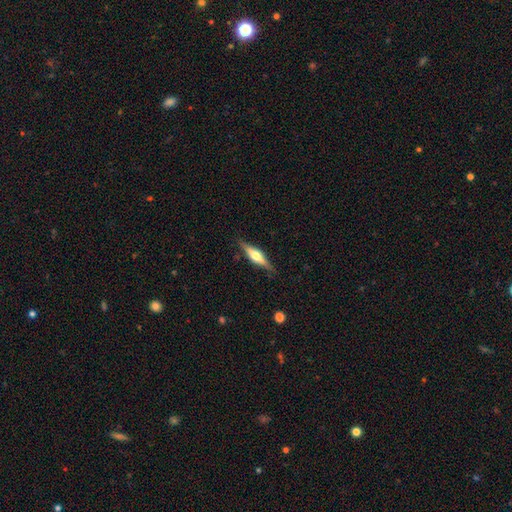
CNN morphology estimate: smooth-or-featured: featured or disk: 66% | smooth: 28% | star or artifact: 6%
  disk-edge-on: yes: 96% | no: 4%
    edge-on-bulge: rounded: 90% | boxy: 8% | none: 2%
  merging: none: 86% | minor disturbance: 11% | major disturbance: 2% | merger: 1%